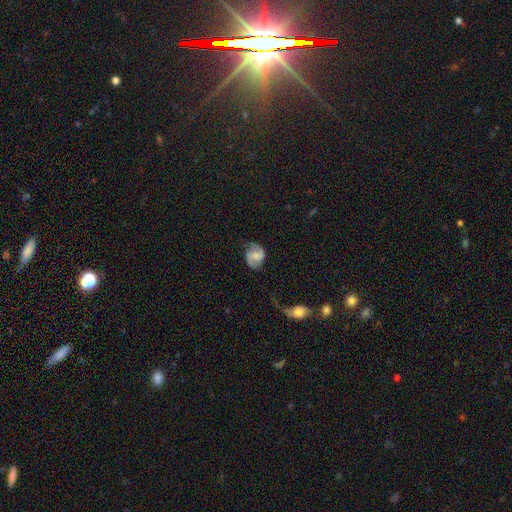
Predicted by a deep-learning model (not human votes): A featured or disk galaxy (75%) with no bar (47%), 2 (91%) medium (49%) spiral arms (95%) and no central bulge (31%, tied with moderate). Merging: none (71%).